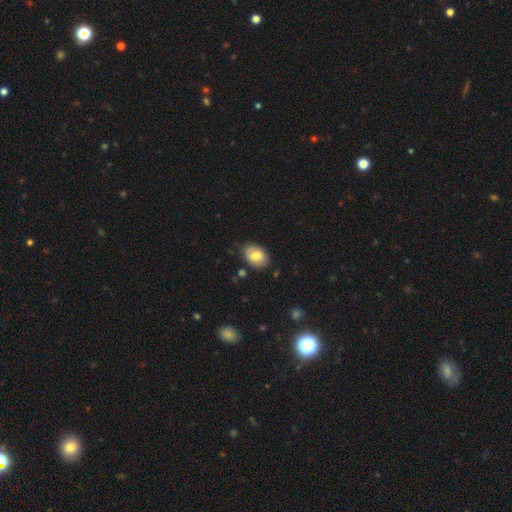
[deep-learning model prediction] Smooth or featured? smooth (77%)
How rounded? in between (79%)
Merging? none (81%)